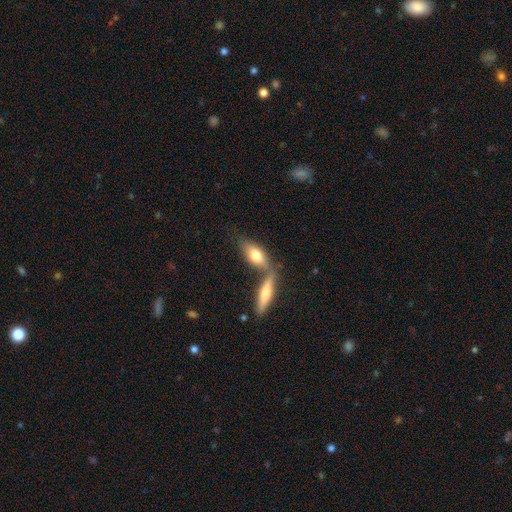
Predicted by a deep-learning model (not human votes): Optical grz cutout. It shows a smooth galaxy with no disk features (70%) that is in between round and cigar-shaped (74%). Merging: none (44%).